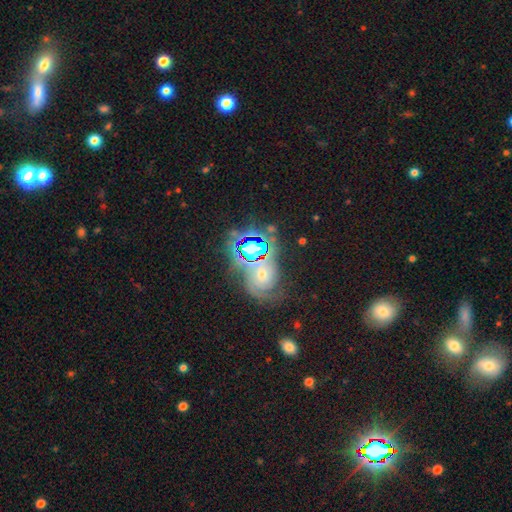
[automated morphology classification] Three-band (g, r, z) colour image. It shows a star or artifact, not a galaxy (51%).